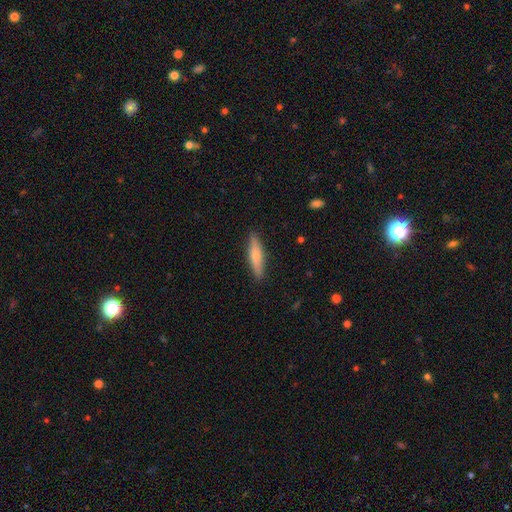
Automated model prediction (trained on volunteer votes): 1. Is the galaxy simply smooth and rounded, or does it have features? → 66% smooth, 29% featured or disk, 6% star or artifact.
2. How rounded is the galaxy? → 82% cigar-shaped, 16% in between, 2% round.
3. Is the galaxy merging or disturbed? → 89% none, 8% minor disturbance, 2% major disturbance, 1% merger.